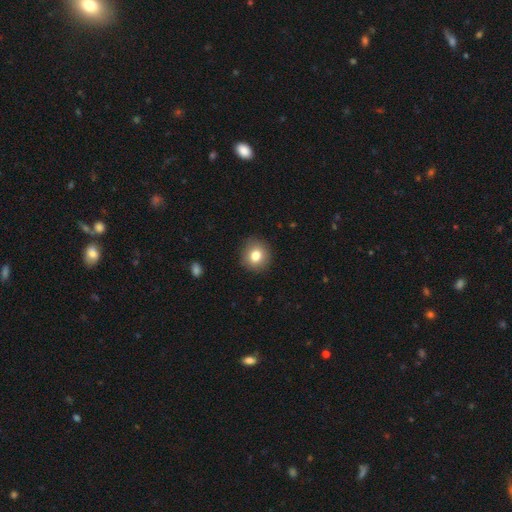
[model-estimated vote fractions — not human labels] Smooth or featured? Predicted: smooth (p=0.80). How rounded? Predicted: round (p=0.85). Merging? Predicted: none (p=0.89).